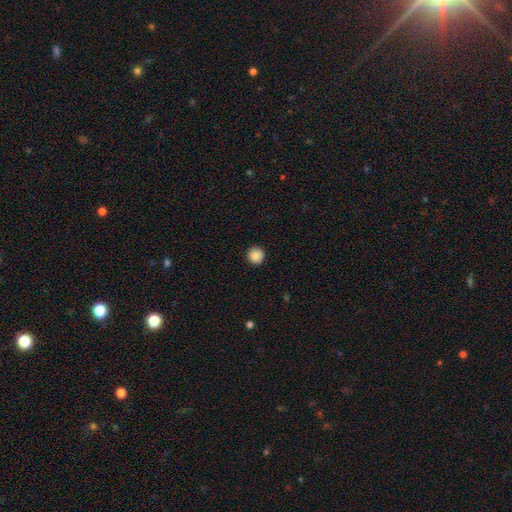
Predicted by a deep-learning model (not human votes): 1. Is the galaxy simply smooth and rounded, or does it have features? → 88% smooth, 9% star or artifact, 3% featured or disk.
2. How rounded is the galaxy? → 94% round, 5% in between, 1% cigar-shaped.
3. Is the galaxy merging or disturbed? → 91% none, 6% minor disturbance, 2% major disturbance, 1% merger.